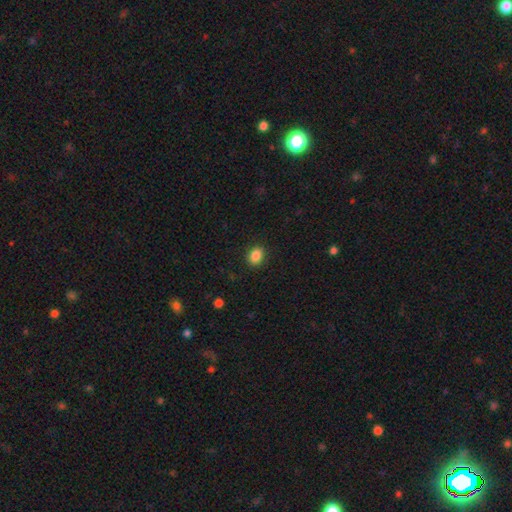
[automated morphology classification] Smooth or featured? Predicted: smooth (p=0.86). How rounded? Predicted: in between (p=0.53). Merging? Predicted: none (p=0.90).